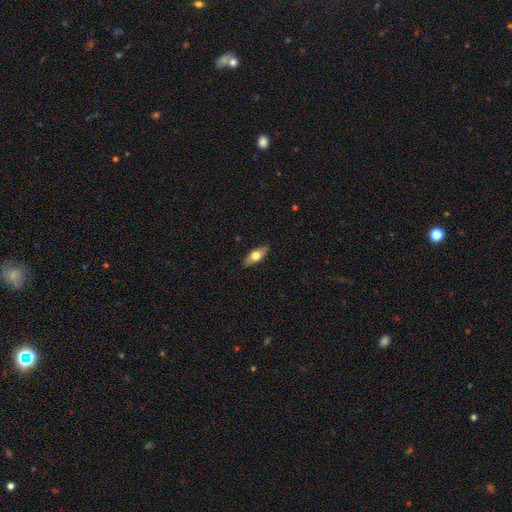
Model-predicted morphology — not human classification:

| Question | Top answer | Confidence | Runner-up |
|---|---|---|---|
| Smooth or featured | smooth | 62% | featured or disk (32%) |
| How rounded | in between | 70% | cigar-shaped (27%) |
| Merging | none | 88% | minor disturbance (9%) |